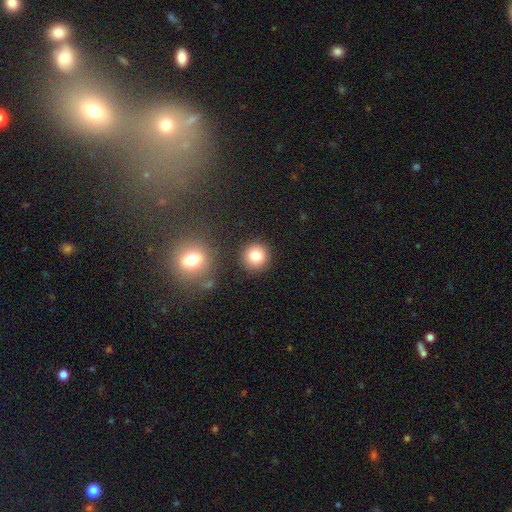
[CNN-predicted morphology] Smooth or featured? Predicted: smooth (p=0.81). How rounded? Predicted: round (p=0.93). Merging? Predicted: none (p=0.87).